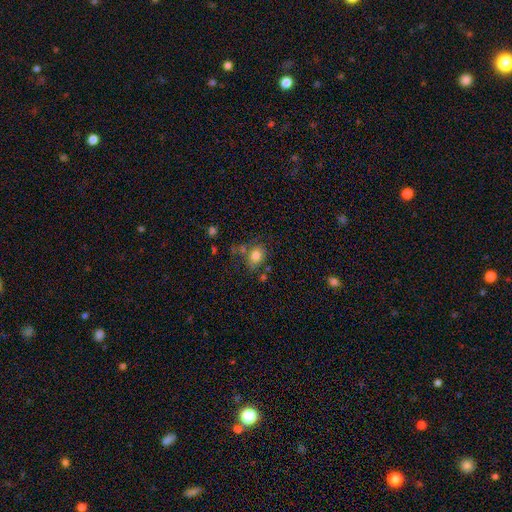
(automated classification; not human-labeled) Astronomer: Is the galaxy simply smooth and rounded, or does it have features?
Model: smooth — 80%.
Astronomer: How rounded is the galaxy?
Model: in between — 61% (runner-up: round, 38%).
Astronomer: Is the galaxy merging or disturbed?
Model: none — 59%.